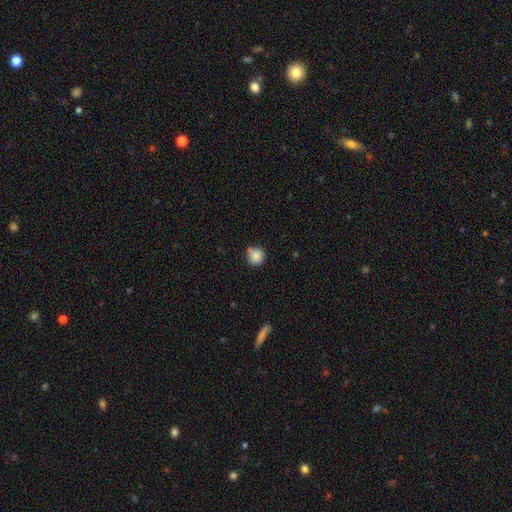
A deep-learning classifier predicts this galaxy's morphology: Overall: smooth (85%). How rounded: round (92%). Merging: none (69%).